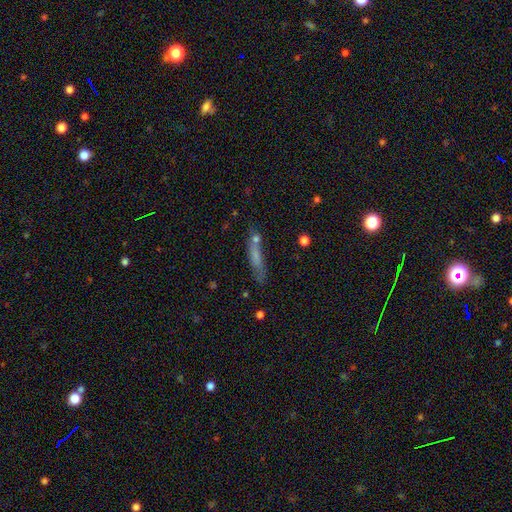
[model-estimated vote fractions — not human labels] Smooth or featured: smooth — 63% (featured or disk — 26%)
How rounded: cigar-shaped — 79% (in between — 18%)
Merging: none — 55% (minor disturbance — 21%)